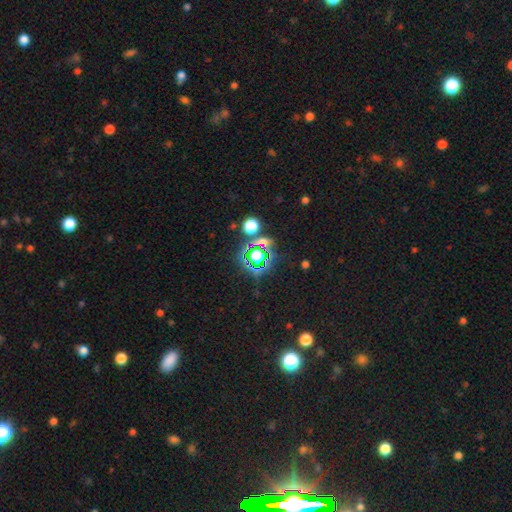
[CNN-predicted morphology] star or artifact 63%, smooth 27%, featured or disk 10%.